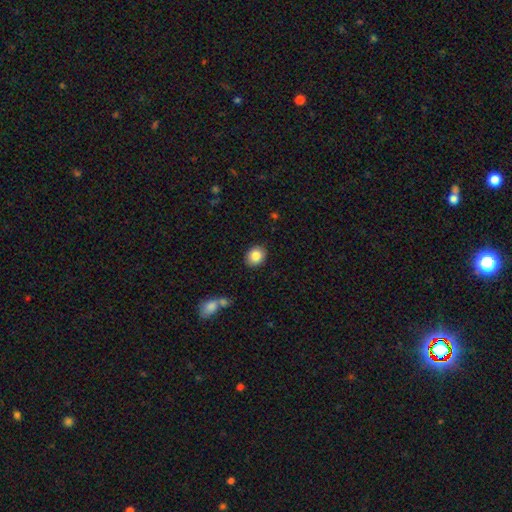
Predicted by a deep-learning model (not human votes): Smooth or featured? Predicted: smooth (p=0.85). How rounded? Predicted: round (p=0.61). Merging? Predicted: none (p=0.89).